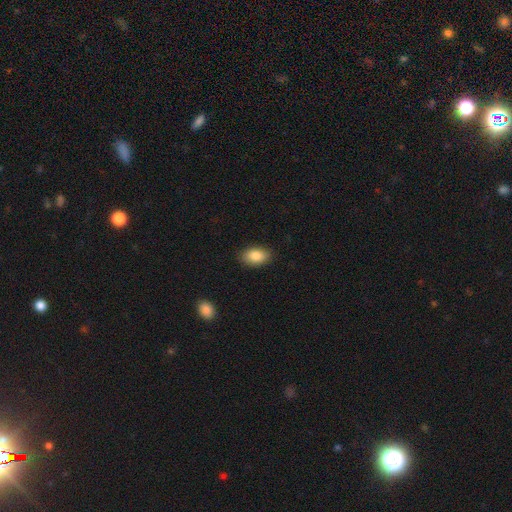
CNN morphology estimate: This appears to be a smooth galaxy with no disk features (86%) that is in between round and cigar-shaped (91%). Merging: none (87%).